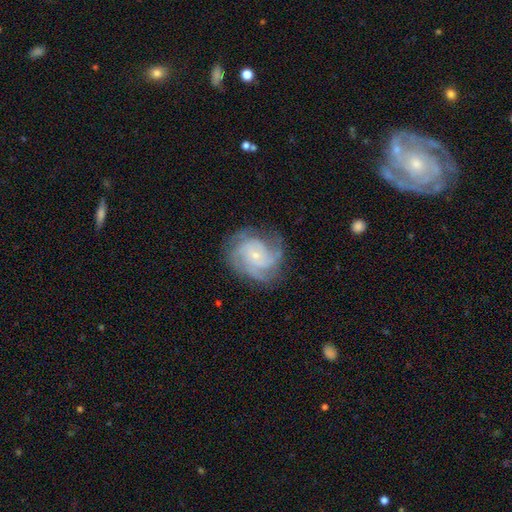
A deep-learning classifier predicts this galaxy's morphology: type=featured or disk (84%); edge-on=no (98%); bar=no (75%); spiral arms=yes (96%); winding=tight (54%); arm count=3 (39%); bulge=small (79%); merging=none (72%).